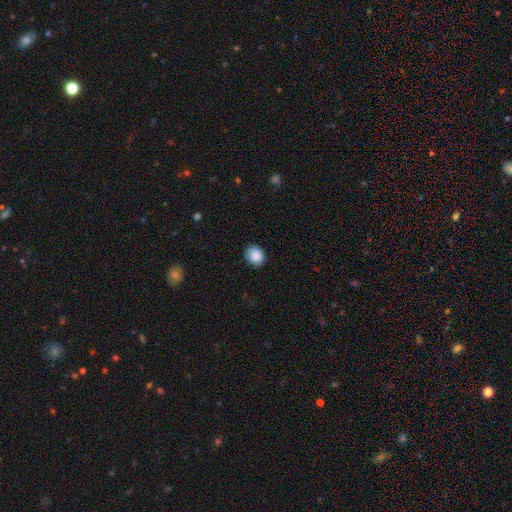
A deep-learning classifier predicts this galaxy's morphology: smooth 87%, star or artifact 8%, featured or disk 5%. Down the decision tree: how rounded — round (64%); merging — none (88%).